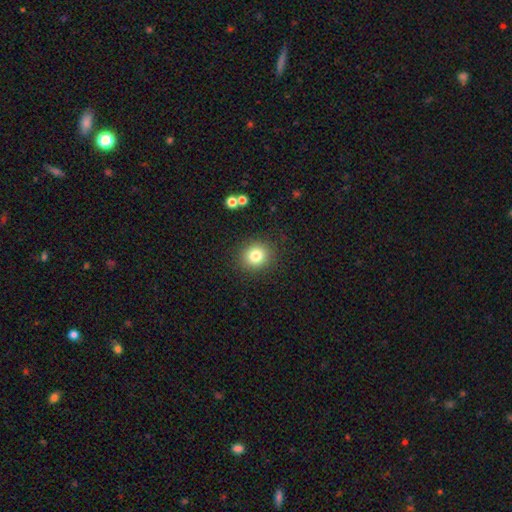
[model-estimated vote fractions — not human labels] This appears to be a smooth galaxy with no disk features (81%) that is round (84%). Merging: none (89%).